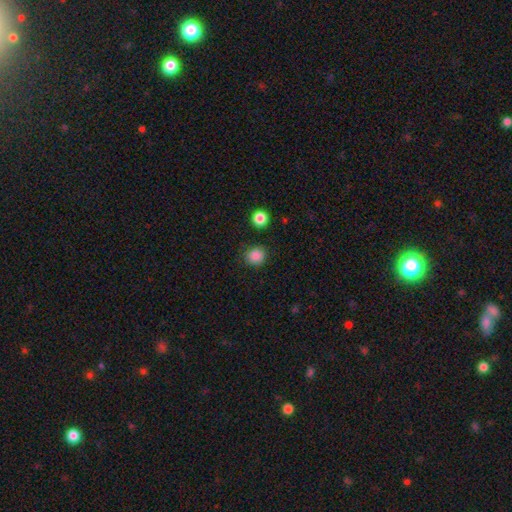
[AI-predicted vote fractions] Smooth or featured?
  - smooth: 86% *
  - star or artifact: 11%
  - featured or disk: 3%
How rounded?
  - round: 88% *
  - in between: 11%
  - cigar-shaped: 1%
Merging?
  - none: 88% *
  - minor disturbance: 8%
  - major disturbance: 3%
  - merger: 2%